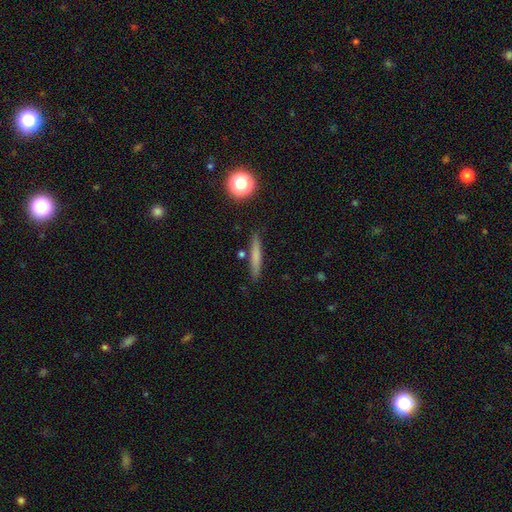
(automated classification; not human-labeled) This appears to be a smooth galaxy with no disk features (67%) that is cigar-shaped (91%). Merging: none (86%).